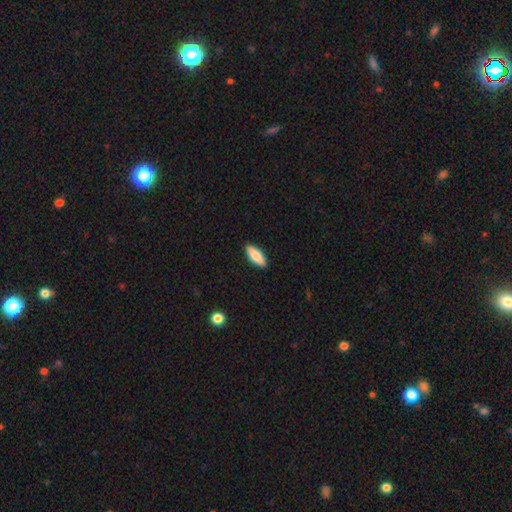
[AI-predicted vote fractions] Smooth or featured? Predicted: smooth (p=0.80). How rounded? Predicted: in between (p=0.66). Merging? Predicted: none (p=0.90).